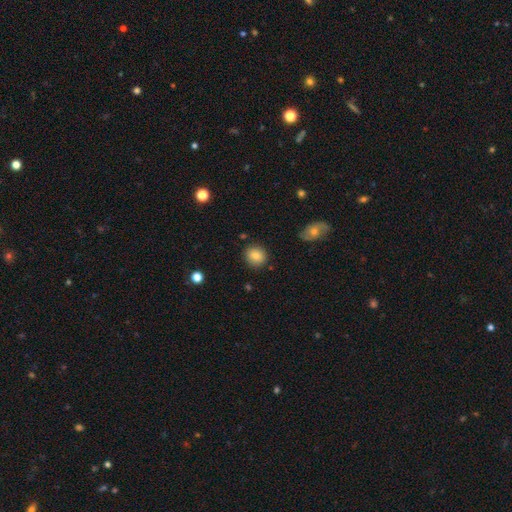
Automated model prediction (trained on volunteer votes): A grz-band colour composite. It shows a smooth galaxy with no disk features (82%) that is round (85%). Merging: none (87%).